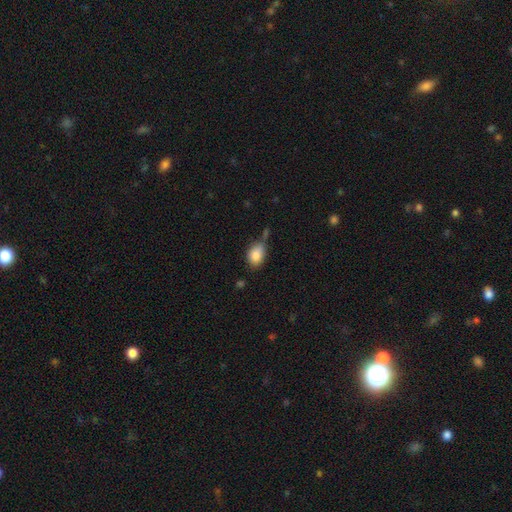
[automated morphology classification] This is clearly a smooth galaxy (85%). How rounded: likely in between (77%). Merging: possibly none (50%).